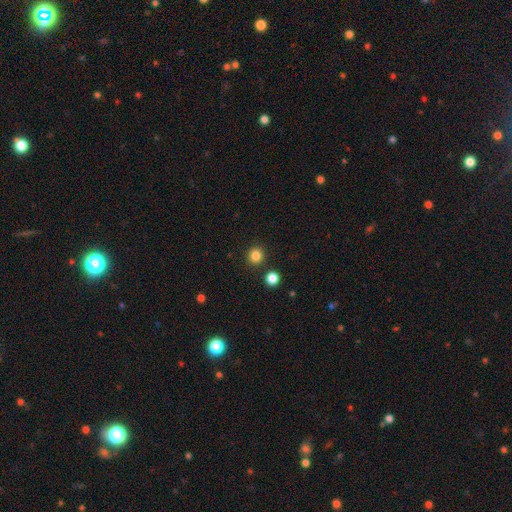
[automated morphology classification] Overall: smooth (84%). How rounded: round (93%). Merging: none (88%).